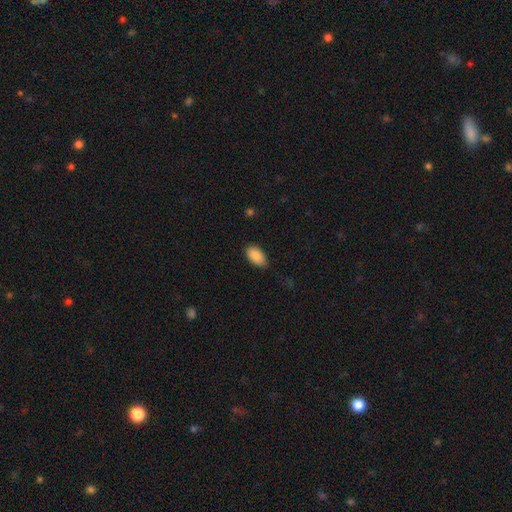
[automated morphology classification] smooth 89%, star or artifact 7%, featured or disk 4%. Down the decision tree: how rounded — in between (94%); merging — none (79%).